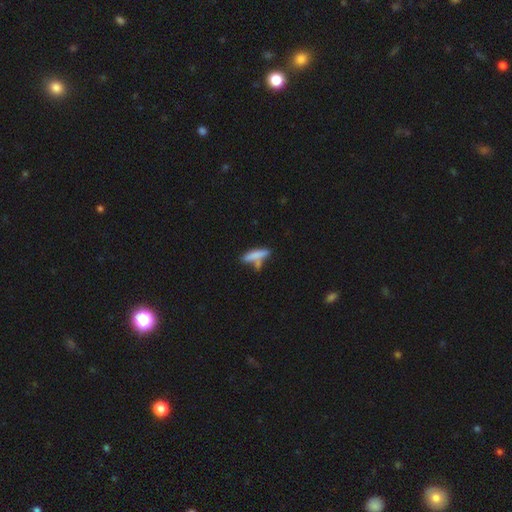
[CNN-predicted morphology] smooth-or-featured: smooth: 77% | featured or disk: 16% | star or artifact: 7%
  how-rounded: cigar-shaped: 75% | in between: 23% | round: 2%
  merging: none: 57% | merger: 21% | minor disturbance: 17% | major disturbance: 5%